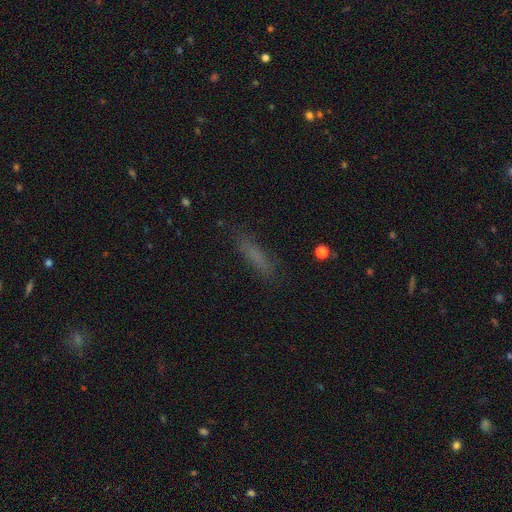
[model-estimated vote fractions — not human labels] Smooth or featured: smooth — 71% (featured or disk — 15%)
How rounded: cigar-shaped — 80% (in between — 18%)
Merging: none — 83% (minor disturbance — 11%)